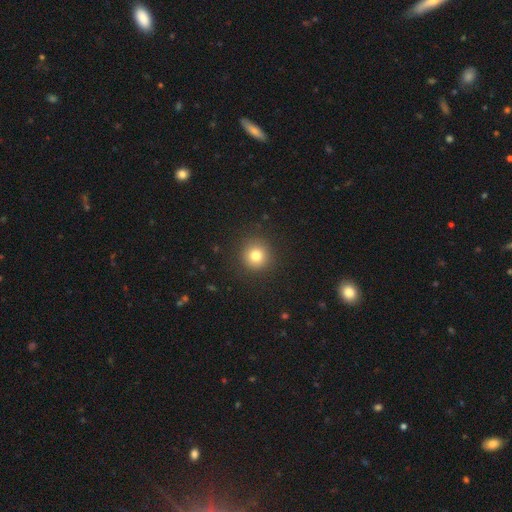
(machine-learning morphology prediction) smooth_or_featured: smooth (p=0.79) [alt: star or artifact p=0.13]
how_rounded: round (p=0.94) [alt: in between p=0.05]
merging: none (p=0.91) [alt: minor disturbance p=0.06]